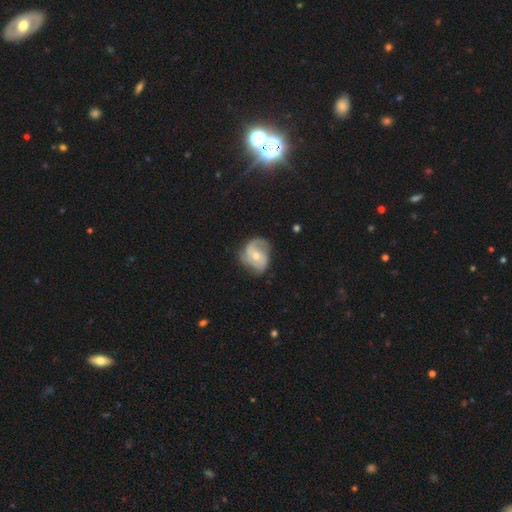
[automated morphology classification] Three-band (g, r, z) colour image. It shows a featured or disk galaxy (73%) with no bar (66%), 2 (50%) medium (46%) spiral arms (92%) and a moderate central bulge (51%). Merging: none (59%).